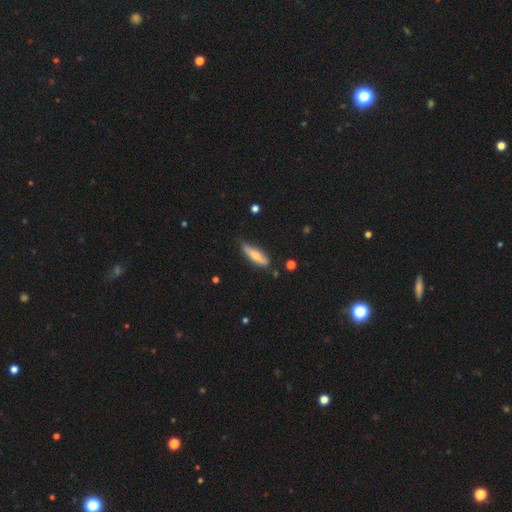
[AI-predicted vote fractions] Smooth or featured? Predicted: smooth (p=0.58). How rounded? Predicted: cigar-shaped (p=0.67). Merging? Predicted: none (p=0.76).